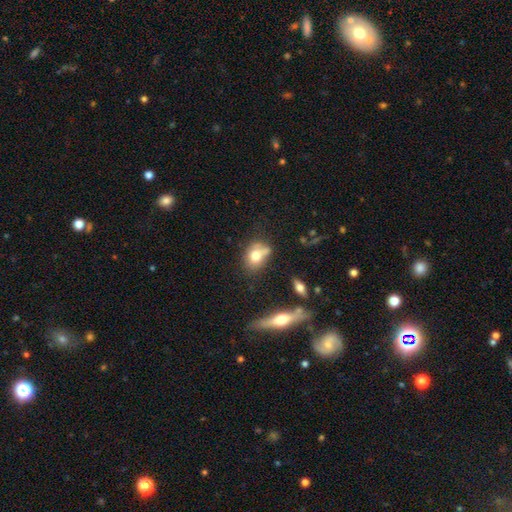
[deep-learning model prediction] Smooth or featured?
  - smooth: 70% *
  - featured or disk: 20%
  - star or artifact: 10%
How rounded?
  - in between: 63% *
  - round: 35%
  - cigar-shaped: 2%
Merging?
  - none: 46% *
  - minor disturbance: 26%
  - merger: 17%
  - major disturbance: 11%